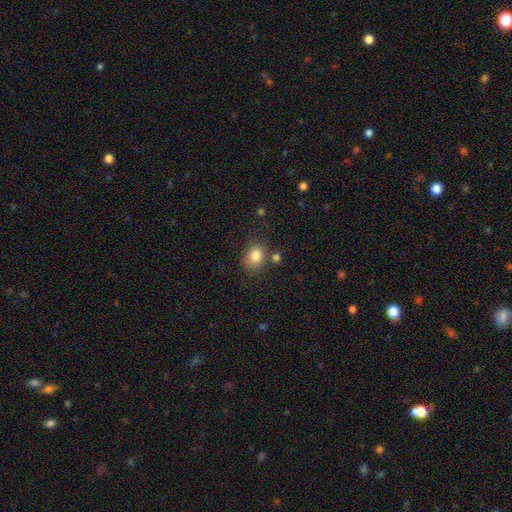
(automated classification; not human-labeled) smooth_or_featured: smooth (p=0.83) [alt: star or artifact p=0.09]
how_rounded: in between (p=0.62) [alt: round p=0.37]
merging: none (p=0.72) [alt: minor disturbance p=0.16]